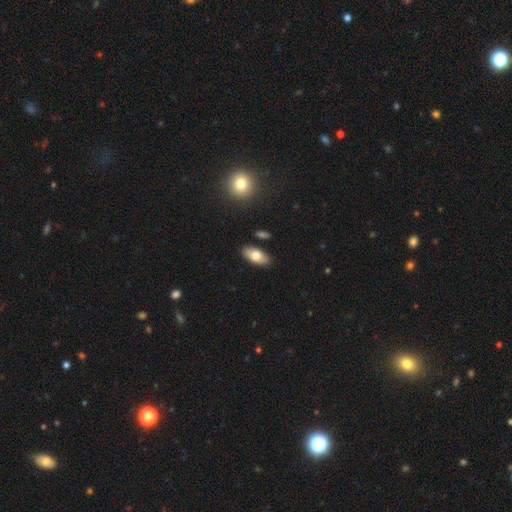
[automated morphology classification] Smooth or featured? Predicted: smooth (p=0.74). How rounded? Predicted: in between (p=0.90). Merging? Predicted: none (p=0.87).